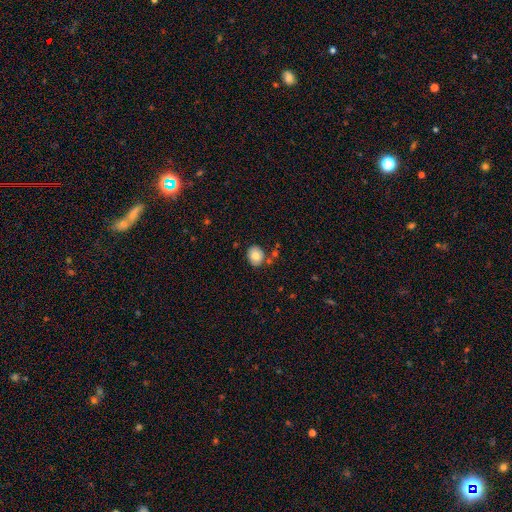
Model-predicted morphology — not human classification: Q: Smooth or featured?
A: smooth (79%); runner-up: featured or disk (12%)
Q: How rounded?
A: round (66%); runner-up: in between (33%)
Q: Merging?
A: none (79%); runner-up: minor disturbance (12%)